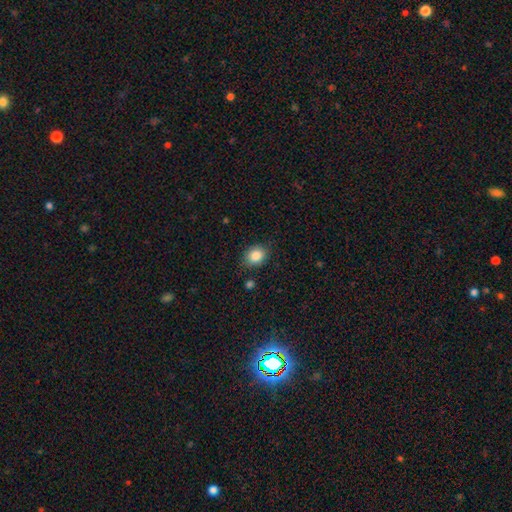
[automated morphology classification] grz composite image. It shows a smooth galaxy with no disk features (87%) that is round (53%). Merging: none (81%).